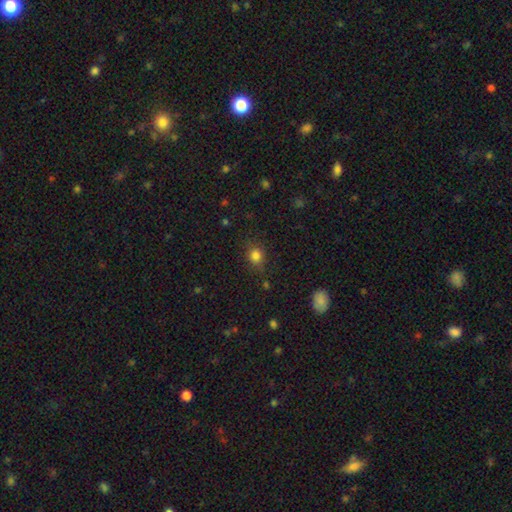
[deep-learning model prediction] Smooth or featured: smooth — 81% (star or artifact — 13%)
How rounded: round — 72% (in between — 26%)
Merging: none — 78% (minor disturbance — 16%)